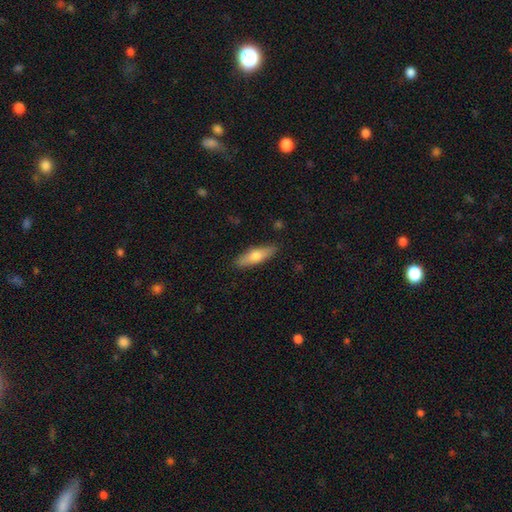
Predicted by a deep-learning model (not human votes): smooth_or_featured: smooth (p=0.64) [alt: featured or disk p=0.30]
how_rounded: cigar-shaped (p=0.55) [alt: in between p=0.43]
merging: none (p=0.88) [alt: minor disturbance p=0.09]